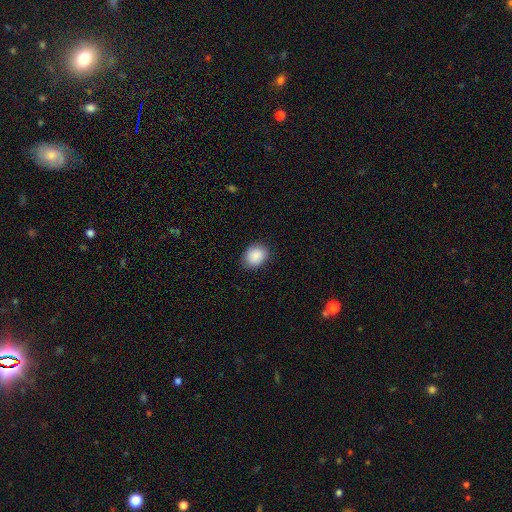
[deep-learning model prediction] A smooth galaxy with no disk features (88%) that is in between round and cigar-shaped (54%).

Vote fractions:
- Smooth or featured? smooth: 88% / star or artifact: 7% / featured or disk: 4%
- How rounded? in between: 54% / round: 45% / cigar-shaped: 1%
- Merging? none: 85% / minor disturbance: 11% / major disturbance: 3% / merger: 1%